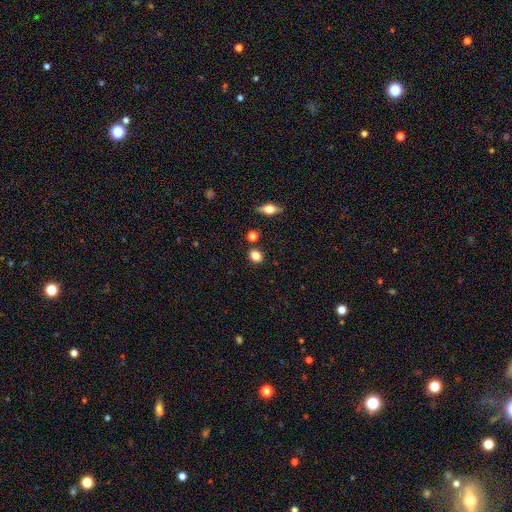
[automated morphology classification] smooth 83%, star or artifact 10%, featured or disk 6%. Down the decision tree: how rounded — round (64%); merging — none (84%).